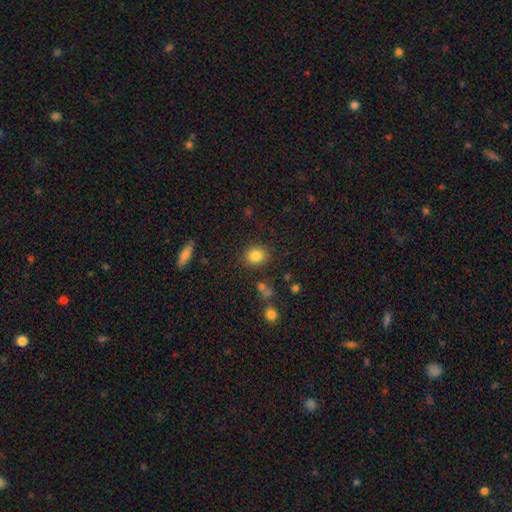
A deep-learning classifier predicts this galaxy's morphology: Smooth or featured? smooth (83%)
How rounded? round (67%)
Merging? none (85%)